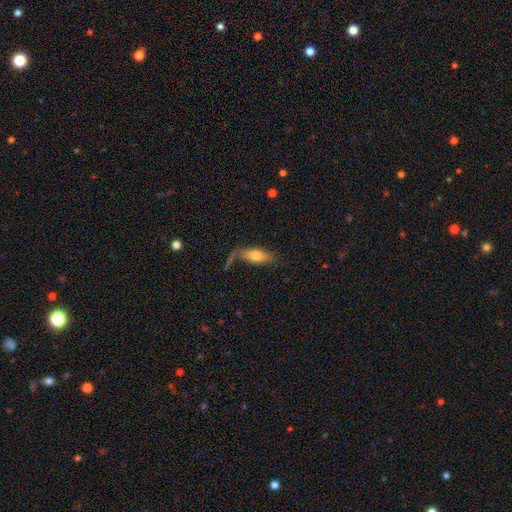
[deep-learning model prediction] This is likely a smooth galaxy (68%). How rounded: likely in between (71%). Merging: possibly none (46%).